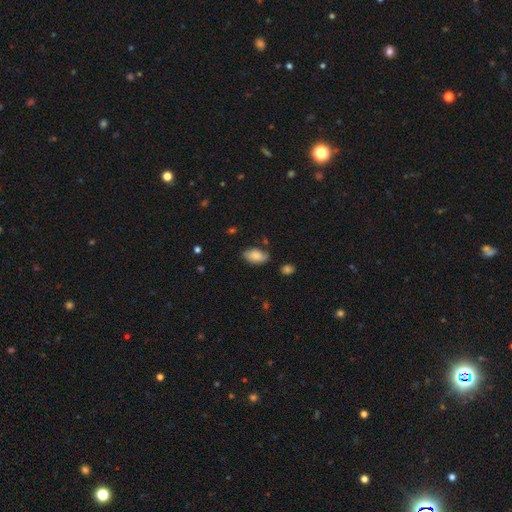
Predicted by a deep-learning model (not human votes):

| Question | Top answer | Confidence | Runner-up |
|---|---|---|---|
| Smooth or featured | smooth | 81% | featured or disk (12%) |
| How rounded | in between | 93% | round (4%) |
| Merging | none | 71% | minor disturbance (21%) |